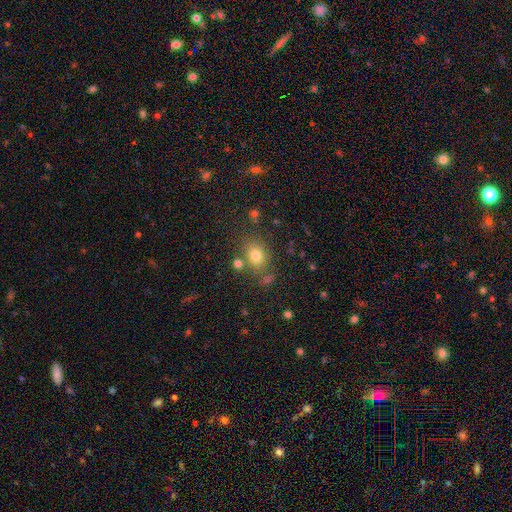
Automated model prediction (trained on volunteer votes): Q: Smooth or featured?
A: smooth (74%); runner-up: star or artifact (15%)
Q: How rounded?
A: round (51%); runner-up: in between (48%)
Q: Merging?
A: none (73%); runner-up: minor disturbance (12%)